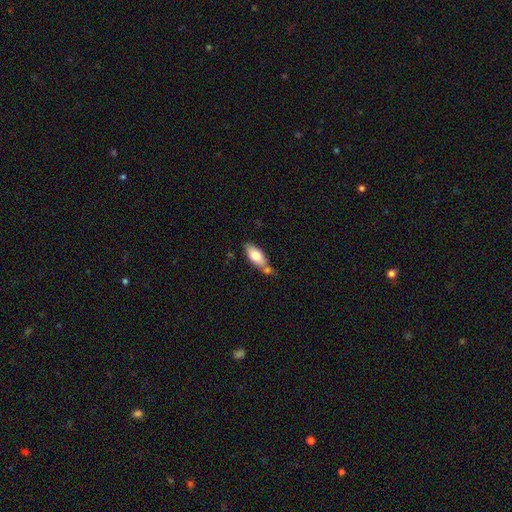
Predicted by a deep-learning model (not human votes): A smooth galaxy with no disk features (74%) that is in between round and cigar-shaped (79%). Merging: none (46%).